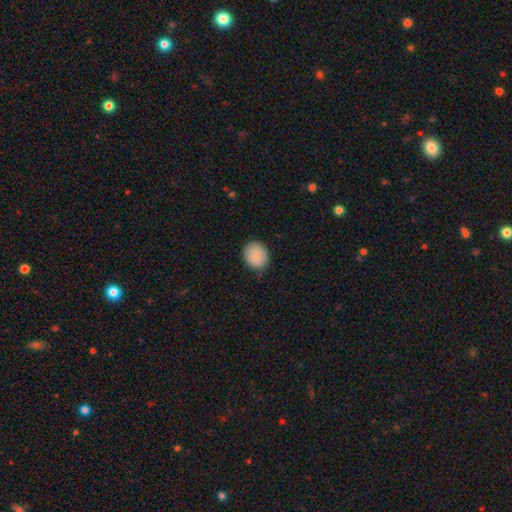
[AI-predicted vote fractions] smooth-or-featured: smooth: 88% | star or artifact: 7% | featured or disk: 5%
  how-rounded: round: 66% | in between: 33% | cigar-shaped: 1%
  merging: none: 77% | minor disturbance: 18% | major disturbance: 3% | merger: 1%